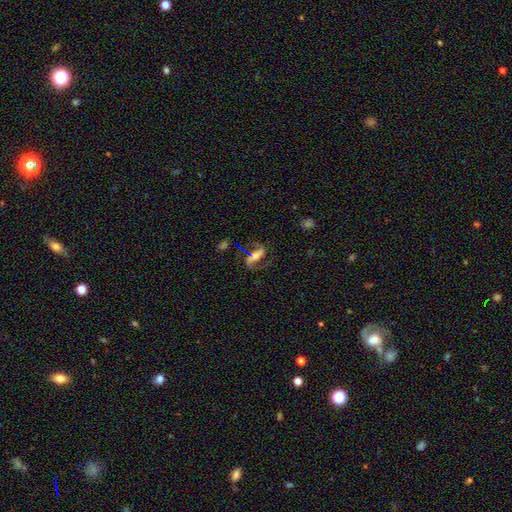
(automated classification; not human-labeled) Smooth or featured?
  - featured or disk: 71% *
  - smooth: 19%
  - star or artifact: 10%
Edge-on disk?
  - no: 92% *
  - yes: 8%
Bar?
  - strong: 47% *
  - weak: 31%
  - no: 22%
Spiral arms?
  - yes: 90% *
  - no: 10%
Spiral winding?
  - loose: 49% *
  - medium: 40%
  - tight: 11%
Spiral arm count?
  - 2: 88% *
  - 1: 5%
  - can't tell: 3%
  - 3: 1%
  - 4: 1%
  - more than 4: 1%
Bulge size?
  - moderate: 39% *
  - small: 26%
  - large: 20%
  - none: 12%
  - dominant: 4%
Merging?
  - none: 61% *
  - major disturbance: 19%
  - minor disturbance: 16%
  - merger: 4%